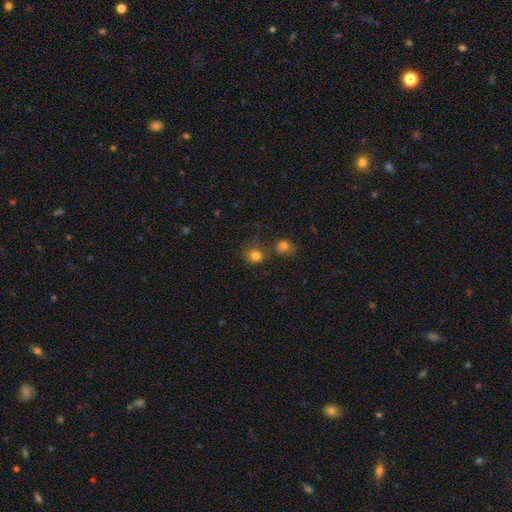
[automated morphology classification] A smooth galaxy with no disk features (79%) that is round (78%). Merging: none (56%).